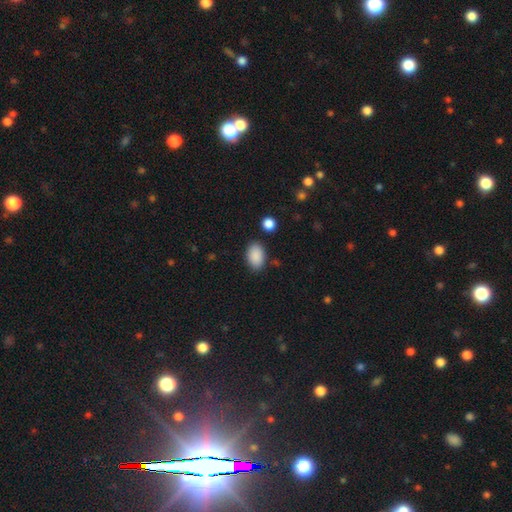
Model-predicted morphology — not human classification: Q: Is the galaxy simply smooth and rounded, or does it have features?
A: smooth — 90%.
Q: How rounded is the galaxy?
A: in between — 90%.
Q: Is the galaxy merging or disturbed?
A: none — 84%.